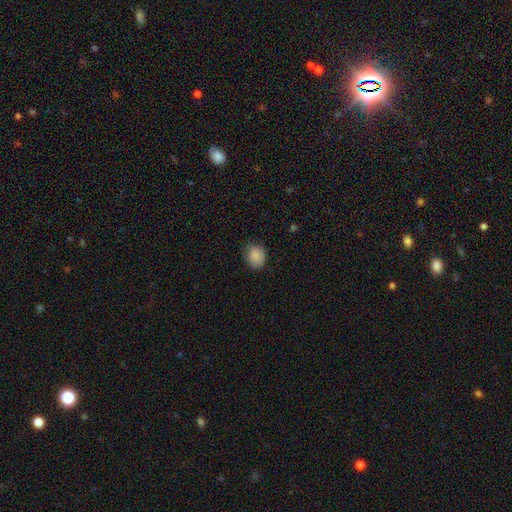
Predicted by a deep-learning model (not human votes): This appears to be a smooth galaxy with no disk features (88%) that is round (53%). Merging: none (79%).